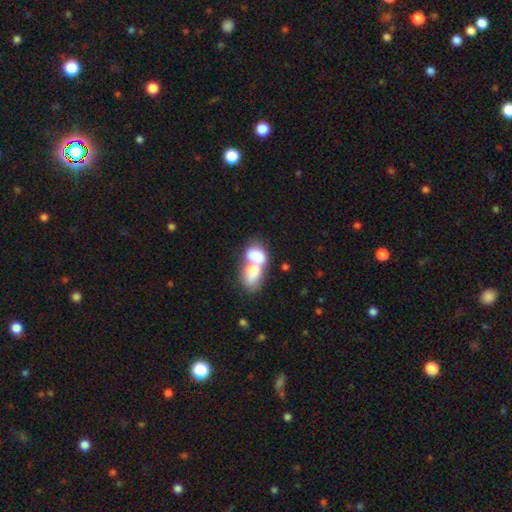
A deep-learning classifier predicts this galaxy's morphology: This is likely a smooth galaxy (70%). How rounded: clearly in between (83%). Merging: likely merger (79%).